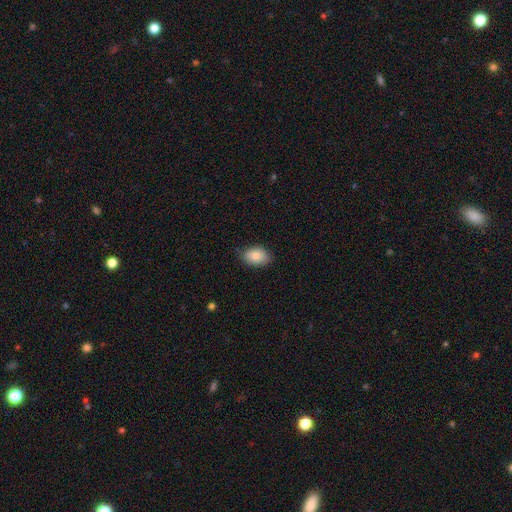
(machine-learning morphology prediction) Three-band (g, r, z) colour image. It shows a smooth galaxy with no disk features (84%) that is in between round and cigar-shaped (85%). Merging: none (81%).